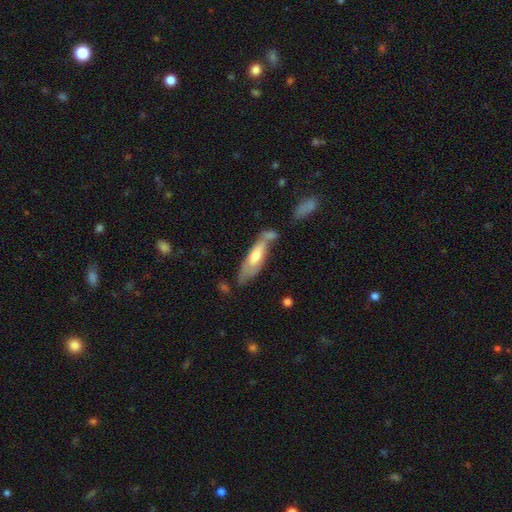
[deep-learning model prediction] A smooth galaxy with no disk features (56%) that is cigar-shaped (56%).

Vote fractions:
- Smooth or featured? smooth: 56% / featured or disk: 38% / star or artifact: 5%
- How rounded? cigar-shaped: 56% / in between: 42% / round: 2%
- Merging? none: 45% / minor disturbance: 24% / merger: 23% / major disturbance: 9%